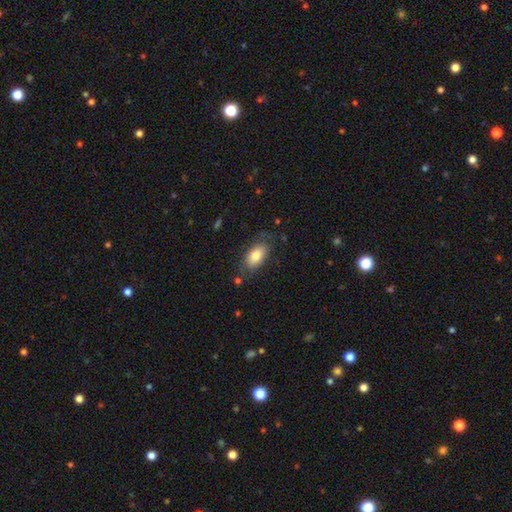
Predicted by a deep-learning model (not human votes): smooth-or-featured: smooth: 79% | featured or disk: 15% | star or artifact: 7%
  how-rounded: in between: 91% | round: 5% | cigar-shaped: 4%
  merging: none: 72% | minor disturbance: 19% | major disturbance: 7% | merger: 3%